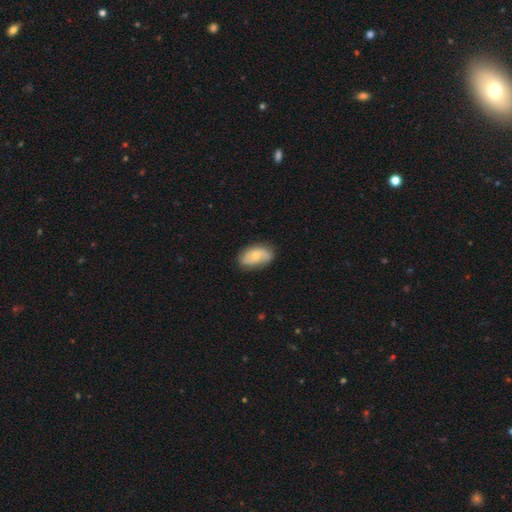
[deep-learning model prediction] Overall: smooth (51%; featured or disk 43%). How rounded: in between (89%). Merging: none (74%).